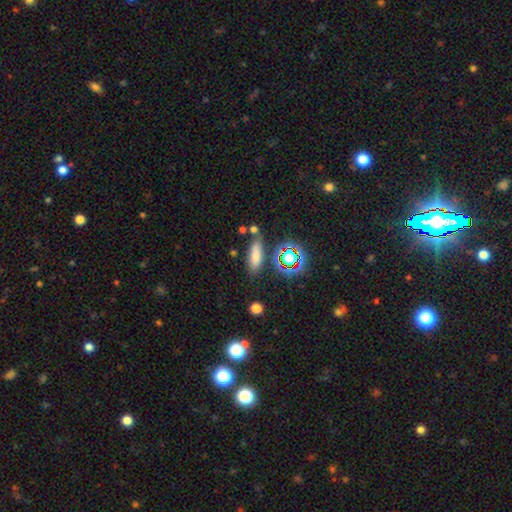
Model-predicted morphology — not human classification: Overall: smooth (70%). How rounded: in between (53%; cigar-shaped 41%). Merging: none (73%).